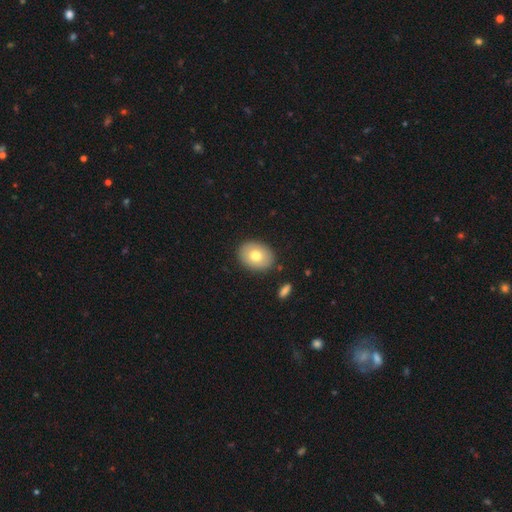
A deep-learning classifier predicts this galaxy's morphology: Overall: smooth (74%). How rounded: in between (63%; round 36%). Merging: none (87%).